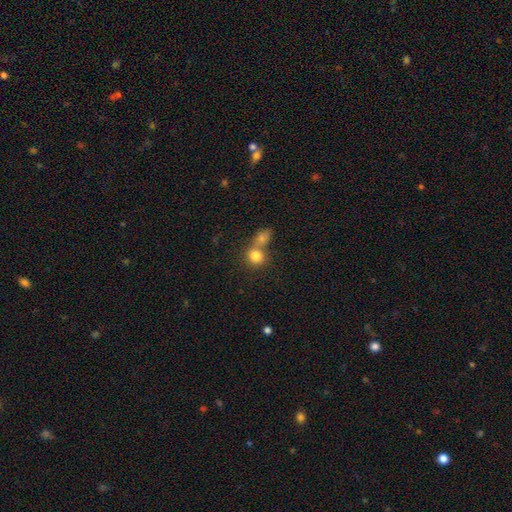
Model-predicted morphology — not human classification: type=smooth (81%); roundness=round (77%); merging=merger (50%).